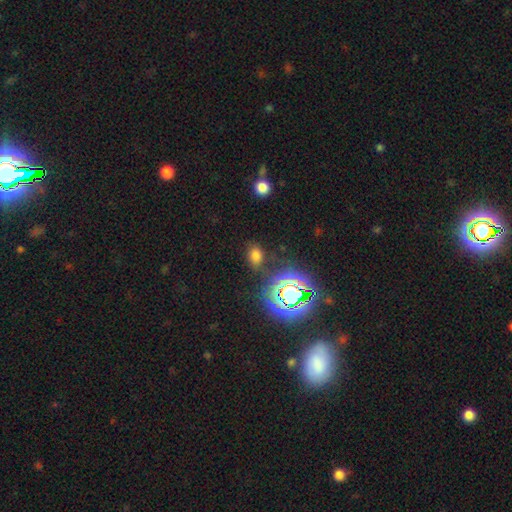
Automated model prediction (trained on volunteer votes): smooth_or_featured: smooth (p=0.63) [alt: star or artifact p=0.30]
how_rounded: in between (p=0.70) [alt: round p=0.28]
merging: none (p=0.77) [alt: minor disturbance p=0.13]